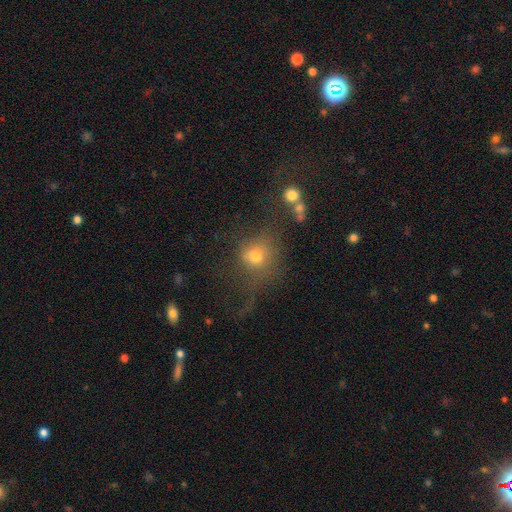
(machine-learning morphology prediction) This appears to be a smooth galaxy with no disk features (66%) that is round (77%). Merging: none (39%).